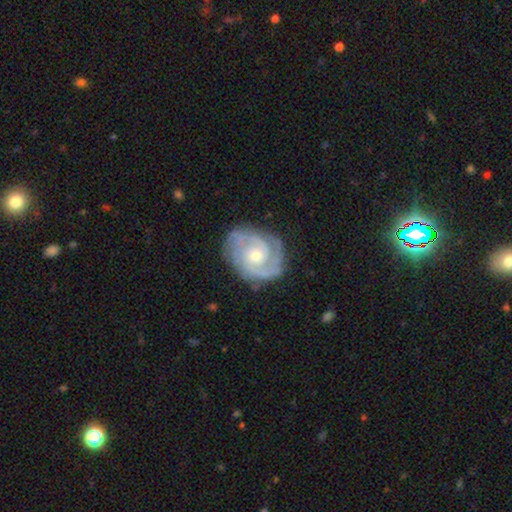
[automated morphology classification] Overall: featured or disk (90%). Edge-on disk: no (98%). Bar: no (69%). Spiral arms: yes (98%). Spiral arm count: 2 (51%; 3 27%). Spiral winding: tight (65%; medium 31%). Bulge size: moderate (48%, tied with small). Merging: none (80%).